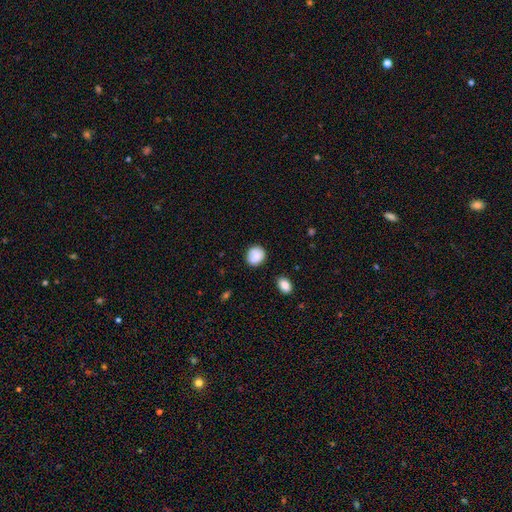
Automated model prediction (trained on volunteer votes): Q: Smooth or featured?
A: smooth (83%); runner-up: star or artifact (9%)
Q: How rounded?
A: round (78%); runner-up: in between (21%)
Q: Merging?
A: none (77%); runner-up: minor disturbance (16%)